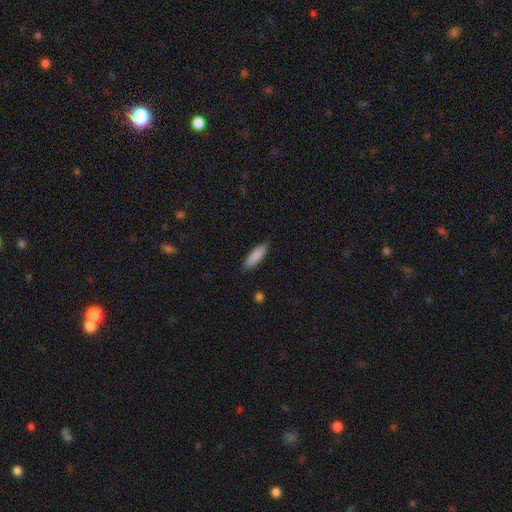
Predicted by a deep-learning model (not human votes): smooth_or_featured: smooth (p=0.86) [alt: featured or disk p=0.08]
how_rounded: cigar-shaped (p=0.61) [alt: in between p=0.37]
merging: none (p=0.83) [alt: minor disturbance p=0.14]